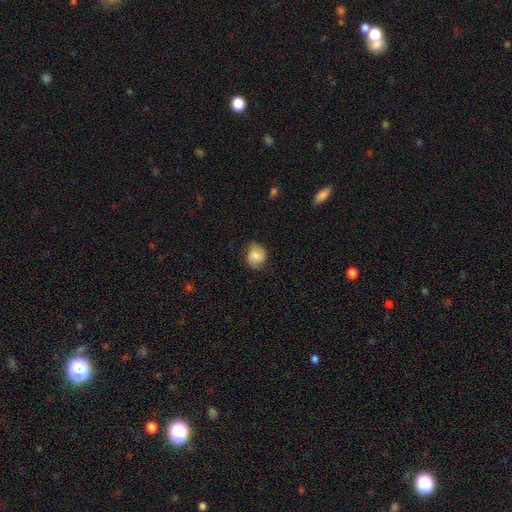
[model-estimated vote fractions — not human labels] A smooth galaxy with no disk features (68%) that is round (74%). Merging: none (67%).